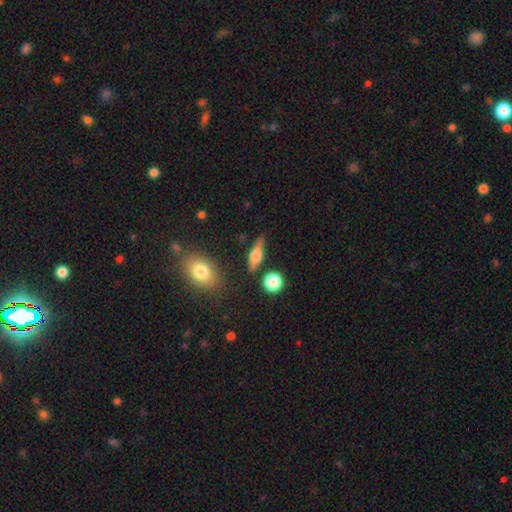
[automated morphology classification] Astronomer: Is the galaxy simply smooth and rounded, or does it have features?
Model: smooth — 47% (runner-up: featured or disk, 45%).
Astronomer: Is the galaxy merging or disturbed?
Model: none — 77%.